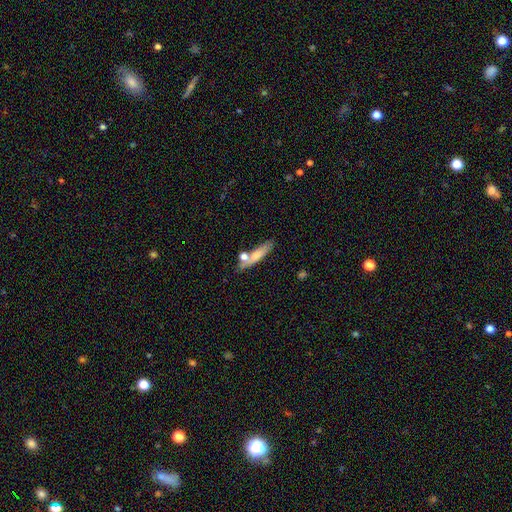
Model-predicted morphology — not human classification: Overall: smooth (68%). How rounded: cigar-shaped (74%). Merging: none (61%).